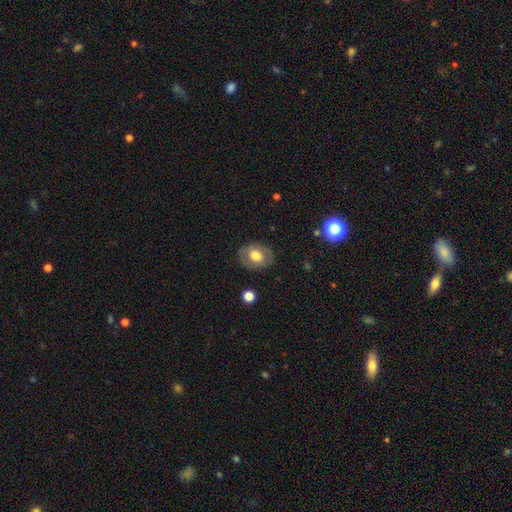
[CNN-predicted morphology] This is possibly a smooth galaxy (56%). How rounded: likely in between (60%). Merging: clearly none (81%).